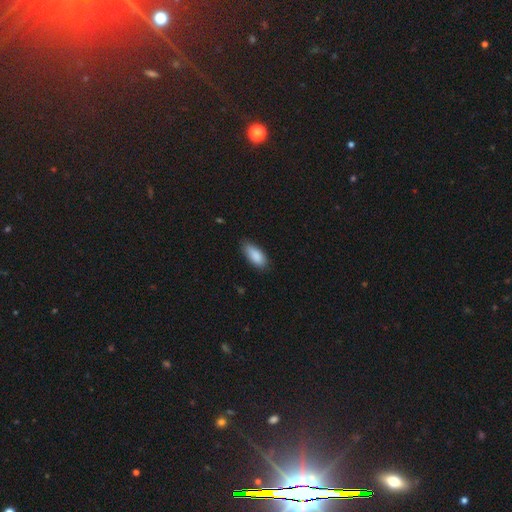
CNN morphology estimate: A smooth galaxy with no disk features (88%) that is in between round and cigar-shaped (84%).

Vote fractions:
- Smooth or featured? smooth: 88% / star or artifact: 6% / featured or disk: 6%
- How rounded? in between: 84% / cigar-shaped: 14% / round: 2%
- Merging? none: 77% / minor disturbance: 19% / major disturbance: 3% / merger: 1%